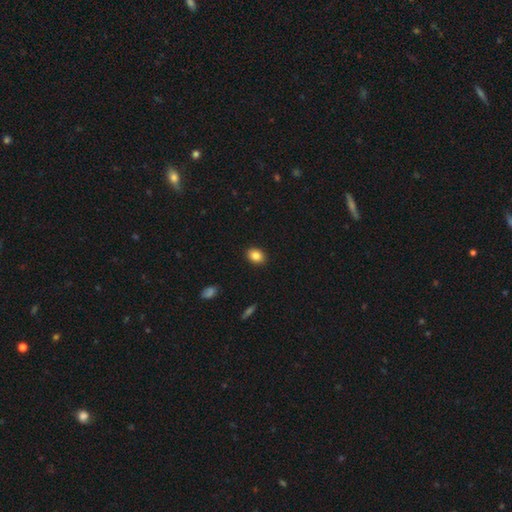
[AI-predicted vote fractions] smooth_or_featured: smooth (p=0.85) [alt: star or artifact p=0.09]
how_rounded: in between (p=0.67) [alt: round p=0.32]
merging: none (p=0.90) [alt: minor disturbance p=0.08]